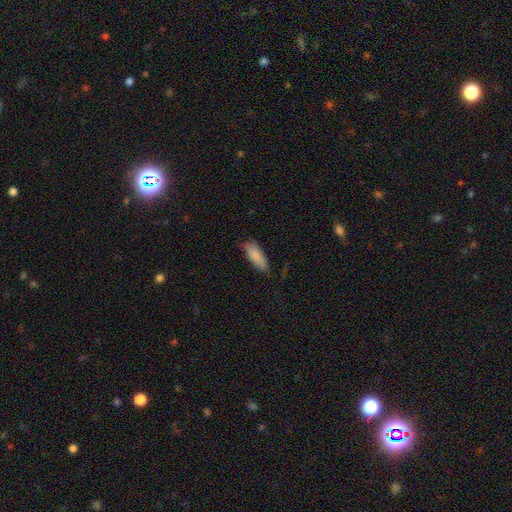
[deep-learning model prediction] smooth 86%, featured or disk 8%, star or artifact 6%. Down the decision tree: how rounded — in between (66%); merging — none (71%).